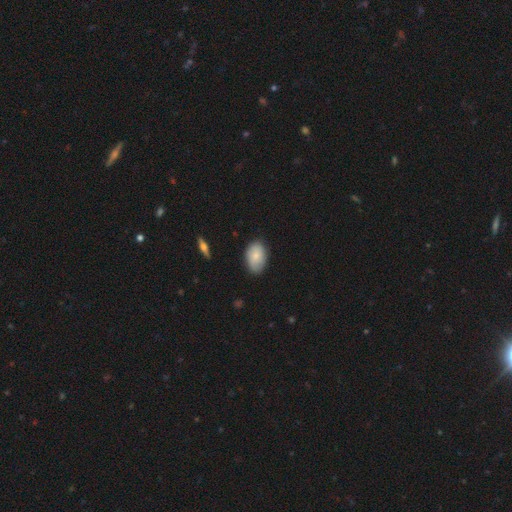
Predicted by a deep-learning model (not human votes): This is likely a smooth galaxy (78%). How rounded: clearly in between (89%). Merging: likely none (78%).